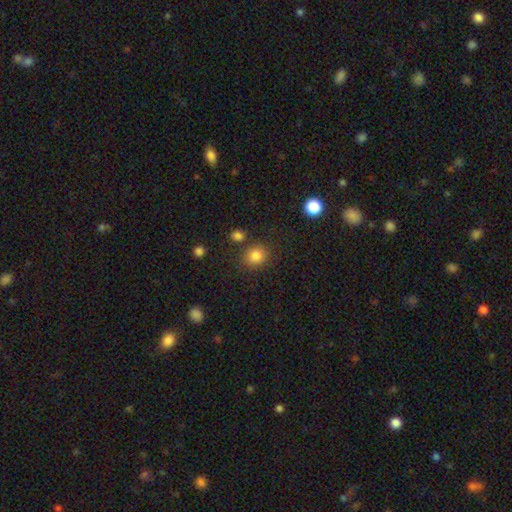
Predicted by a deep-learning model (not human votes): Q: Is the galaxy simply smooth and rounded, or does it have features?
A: smooth — 83%.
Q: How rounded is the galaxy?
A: round — 83%.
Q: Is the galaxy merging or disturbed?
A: none — 81%.